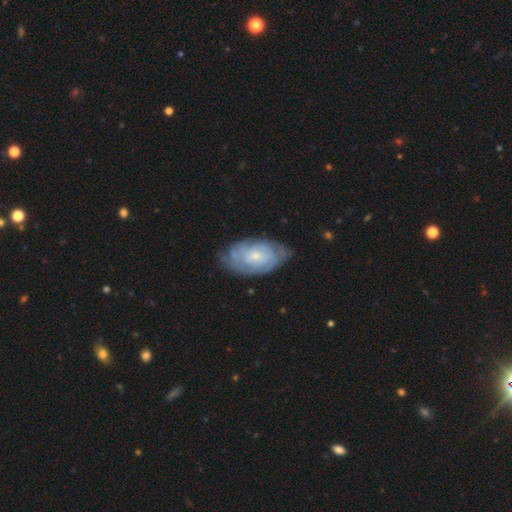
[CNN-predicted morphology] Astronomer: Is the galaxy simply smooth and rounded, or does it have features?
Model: featured or disk — 62%.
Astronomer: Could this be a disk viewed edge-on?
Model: no — 92%.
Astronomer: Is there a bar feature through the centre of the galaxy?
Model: no — 73%.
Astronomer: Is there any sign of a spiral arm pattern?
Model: yes — 81%.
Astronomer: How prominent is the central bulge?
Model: small — 55% (runner-up: moderate, 37%).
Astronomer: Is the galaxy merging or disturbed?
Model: none — 79%.